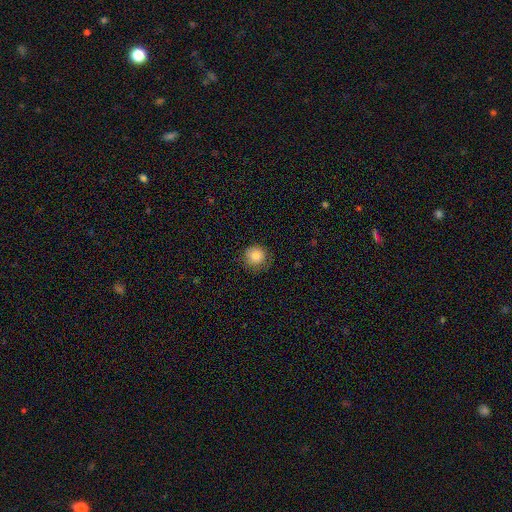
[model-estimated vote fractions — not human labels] Q: Smooth or featured?
A: smooth (84%); runner-up: star or artifact (9%)
Q: How rounded?
A: round (92%); runner-up: in between (7%)
Q: Merging?
A: none (78%); runner-up: minor disturbance (16%)